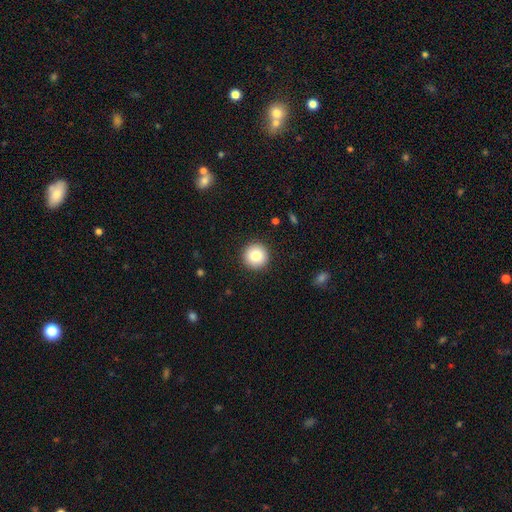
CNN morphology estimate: Overall: smooth (84%). How rounded: round (96%). Merging: none (92%).